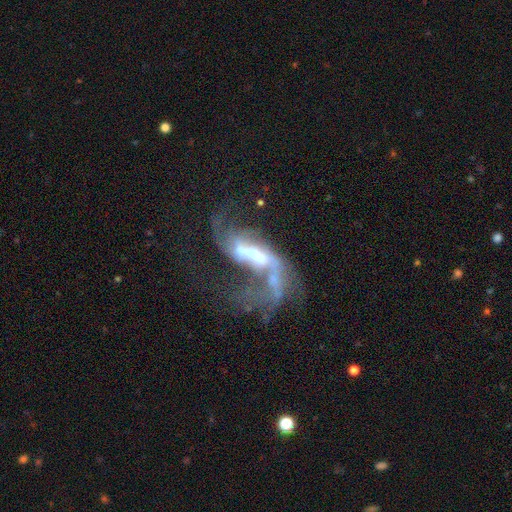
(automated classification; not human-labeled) Overall: featured or disk (77%). Edge-on disk: no (90%). Bar: strong (44%; weak 32%). Spiral arms: yes (72%). Bulge size: moderate (51%; small 25%). Merging: major disturbance (40%; merger 32%).